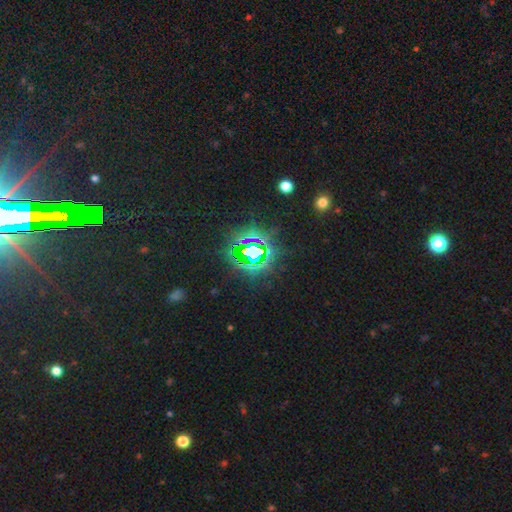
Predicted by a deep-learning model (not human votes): Overall: star or artifact (79%).